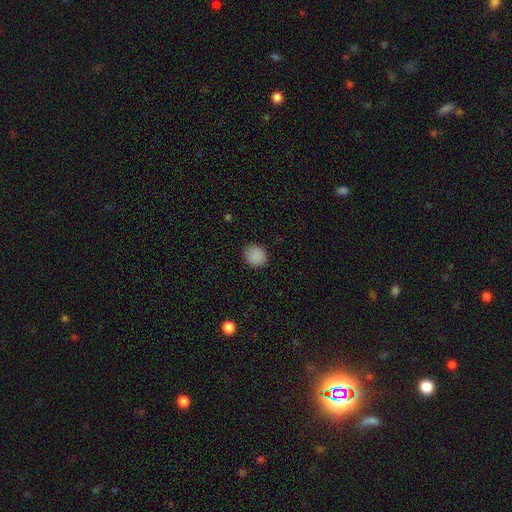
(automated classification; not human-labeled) This appears to be a smooth galaxy with no disk features (88%) that is round (72%). Merging: none (87%).